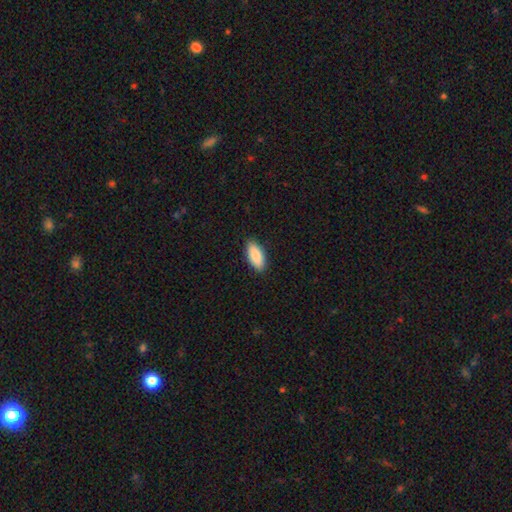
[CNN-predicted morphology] The model was most divided on "how rounded": in between: 86%, cigar-shaped: 12%, round: 2%. More confident: merging — none (90%); smooth or featured — smooth (89%).